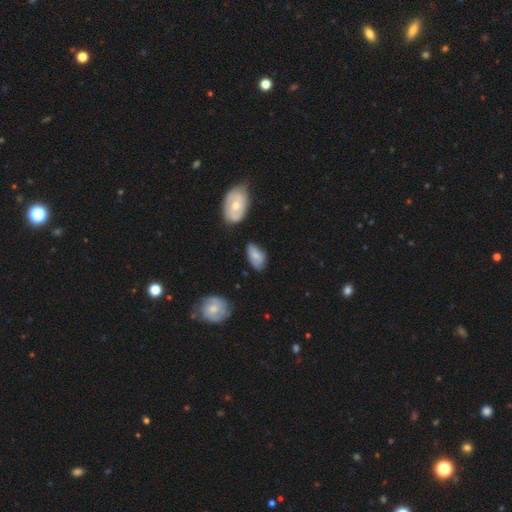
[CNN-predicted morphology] type=smooth (69%); roundness=in between (92%); merging=none (63%).